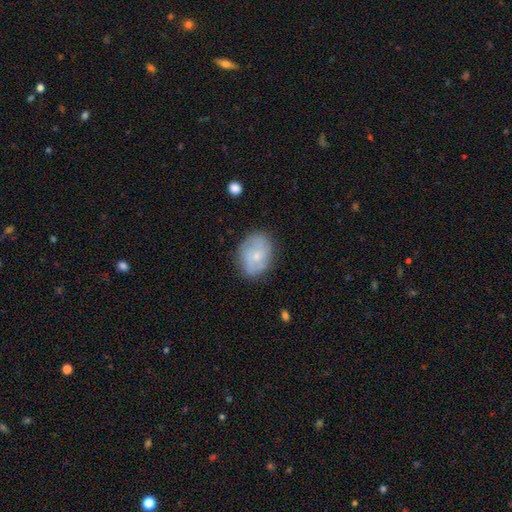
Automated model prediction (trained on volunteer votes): The model was most divided on "smooth or featured": featured or disk: 49%, smooth: 44%, star or artifact: 7%. More confident: merging — none (74%).